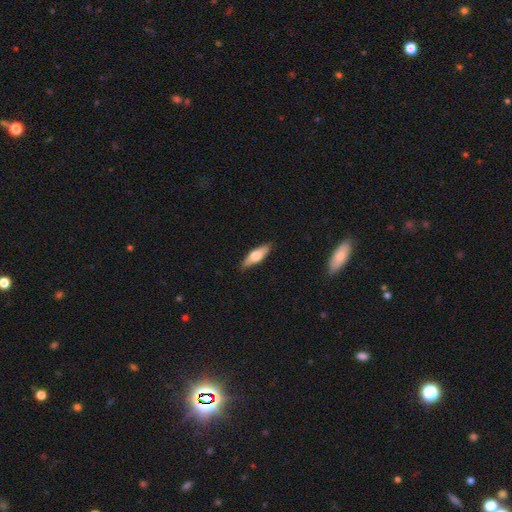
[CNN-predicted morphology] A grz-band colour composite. It shows a smooth galaxy with no disk features (61%) that is in between round and cigar-shaped (50%). Merging: none (88%).